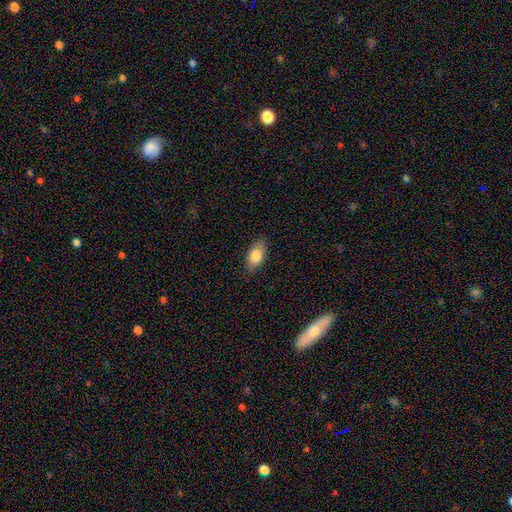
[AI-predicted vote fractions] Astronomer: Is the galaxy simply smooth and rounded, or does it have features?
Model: smooth — 82%.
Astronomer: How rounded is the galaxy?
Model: in between — 91%.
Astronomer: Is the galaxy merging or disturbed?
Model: none — 82%.